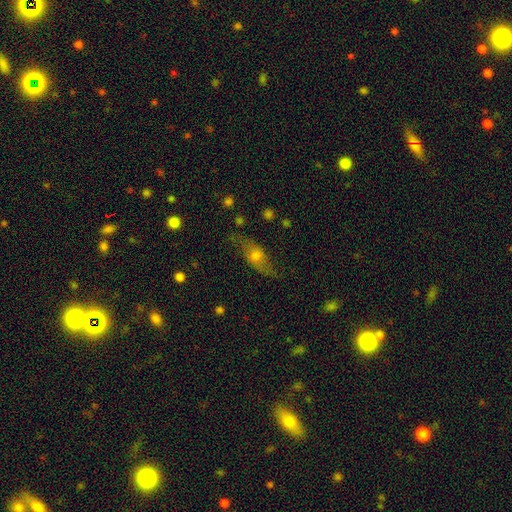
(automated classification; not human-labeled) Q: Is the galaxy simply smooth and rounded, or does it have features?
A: featured or disk — 46%.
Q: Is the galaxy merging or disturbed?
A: none — 68%.